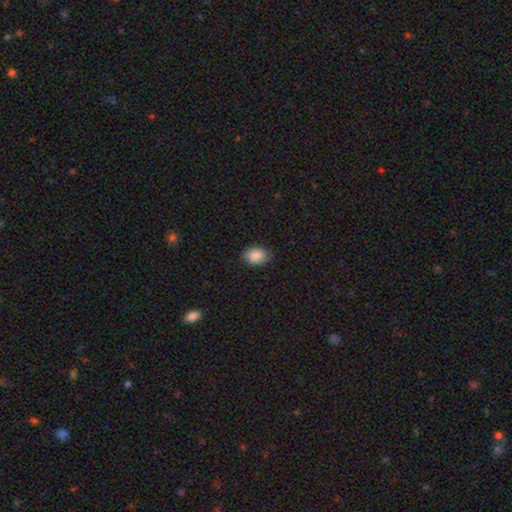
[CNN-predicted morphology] Q: Smooth or featured?
A: smooth (88%); runner-up: star or artifact (7%)
Q: How rounded?
A: in between (73%); runner-up: round (26%)
Q: Merging?
A: none (82%); runner-up: minor disturbance (15%)